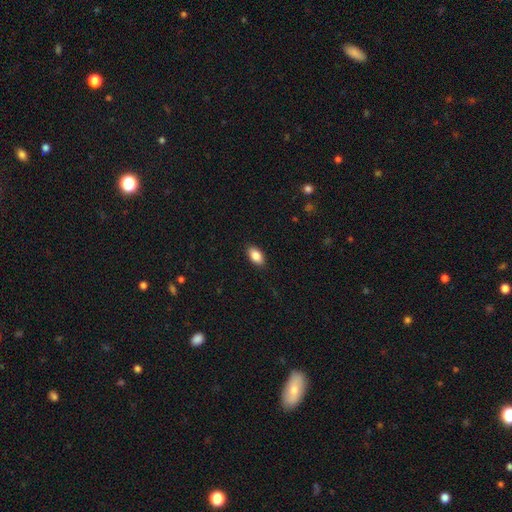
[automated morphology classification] Smooth or featured? Predicted: smooth (p=0.86). How rounded? Predicted: in between (p=0.92). Merging? Predicted: none (p=0.89).